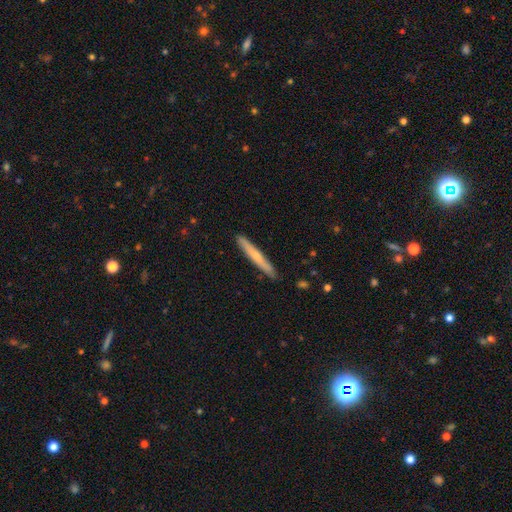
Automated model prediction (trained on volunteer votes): This appears to be a smooth galaxy with no disk features (60%) that is cigar-shaped (97%). Merging: none (90%).